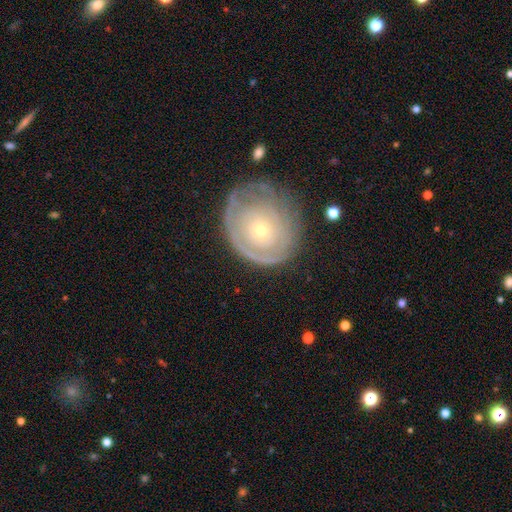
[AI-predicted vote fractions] Smooth or featured?
  - featured or disk: 66% *
  - smooth: 27%
  - star or artifact: 7%
Edge-on disk?
  - no: 96% *
  - yes: 4%
Bar?
  - no: 89% *
  - weak: 9%
  - strong: 2%
Spiral arms?
  - yes: 57% *
  - no: 43%
Bulge size?
  - small: 72% *
  - moderate: 24%
  - large: 2%
  - none: 1%
  - dominant: 1%
Merging?
  - none: 68% *
  - minor disturbance: 20%
  - major disturbance: 10%
  - merger: 2%